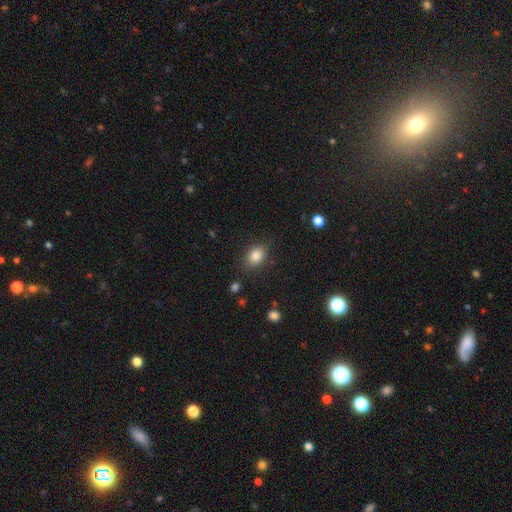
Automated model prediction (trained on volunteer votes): Overall: smooth (85%). How rounded: in between (75%). Merging: none (82%).